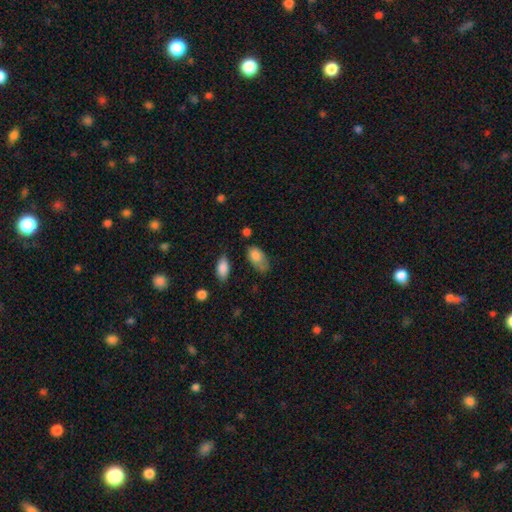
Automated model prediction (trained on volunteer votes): smooth_or_featured: smooth (p=0.81) [alt: featured or disk p=0.11]
how_rounded: in between (p=0.92) [alt: round p=0.06]
merging: none (p=0.41) [alt: minor disturbance p=0.38]